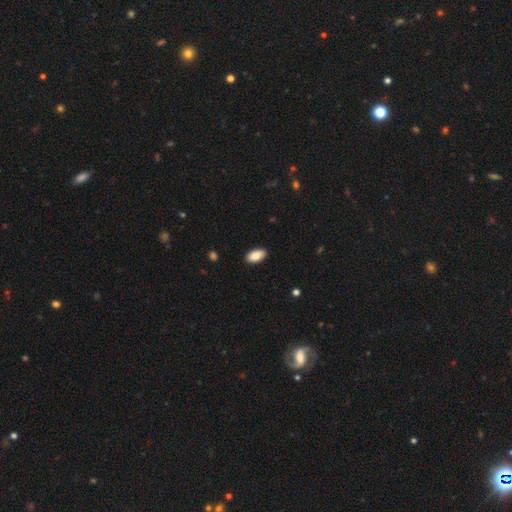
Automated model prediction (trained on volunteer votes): smooth 89%, star or artifact 6%, featured or disk 4%. Down the decision tree: how rounded — in between (94%); merging — none (90%).